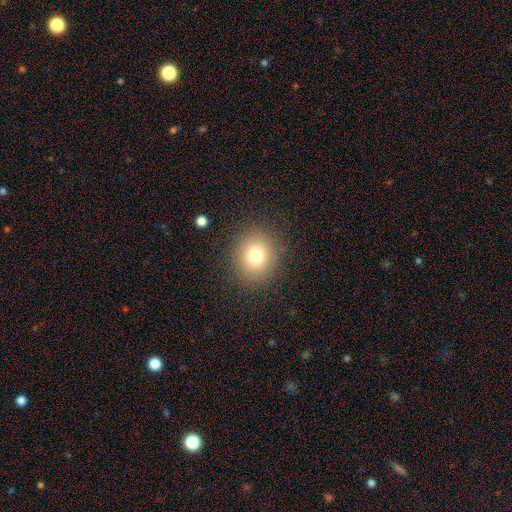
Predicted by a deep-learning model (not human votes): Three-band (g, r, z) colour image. It shows a smooth galaxy with no disk features (75%) that is round (80%). Merging: none (92%).